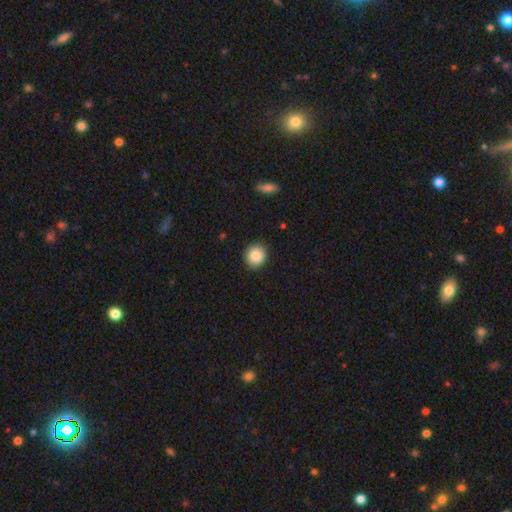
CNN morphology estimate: Smooth or featured? smooth (87%)
How rounded? round (85%)
Merging? none (88%)